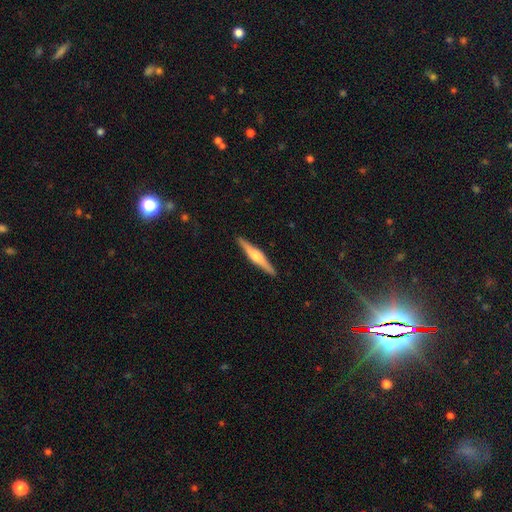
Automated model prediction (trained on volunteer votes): smooth_or_featured: featured or disk (p=0.68) [alt: smooth p=0.27]
disk_edge_on: yes (p=0.98) [alt: no p=0.02]
edge_on_bulge: rounded (p=0.81) [alt: boxy p=0.14]
merging: none (p=0.91) [alt: minor disturbance p=0.06]